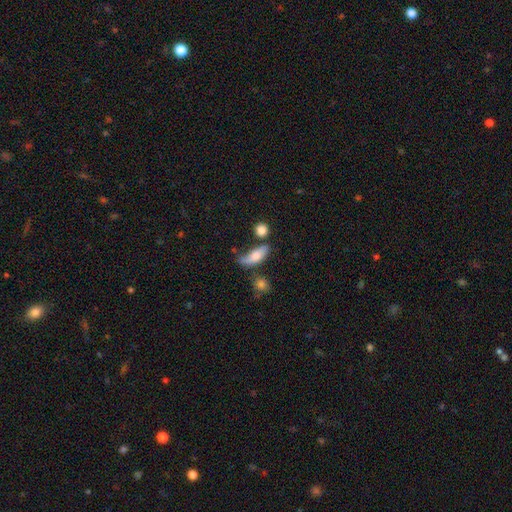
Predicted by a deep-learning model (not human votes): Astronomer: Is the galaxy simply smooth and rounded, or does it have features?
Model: smooth — 67%.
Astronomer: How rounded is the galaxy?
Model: in between — 66%.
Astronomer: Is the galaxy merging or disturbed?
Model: none — 43% (runner-up: minor disturbance, 26%).